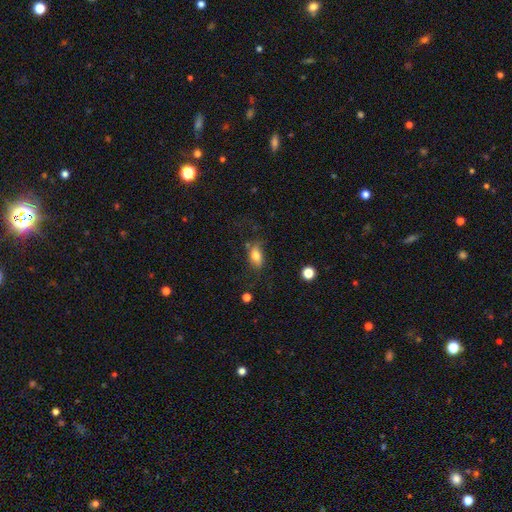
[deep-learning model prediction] Smooth or featured: smooth — 74% (featured or disk — 17%)
How rounded: in between — 86% (round — 8%)
Merging: none — 59% (minor disturbance — 25%)